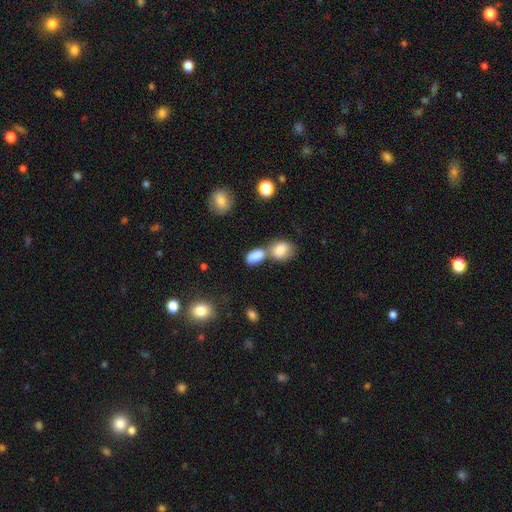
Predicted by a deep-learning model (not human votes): The model was most divided on "merging": merger: 53%, none: 32%, minor disturbance: 10%, major disturbance: 4%. More confident: how rounded — in between (87%); smooth or featured — smooth (84%).